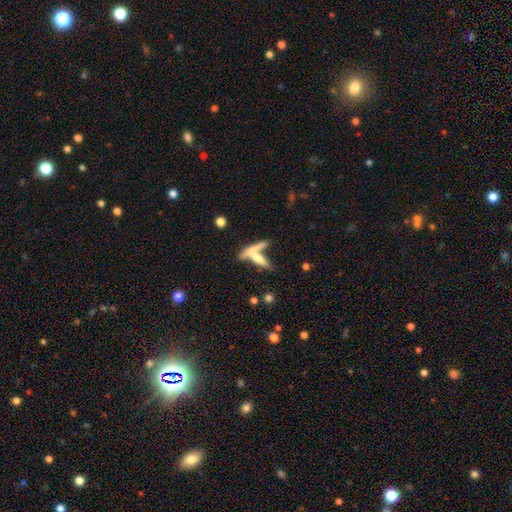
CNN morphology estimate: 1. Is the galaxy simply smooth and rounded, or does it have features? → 58% smooth, 33% featured or disk, 9% star or artifact.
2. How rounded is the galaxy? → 76% cigar-shaped, 20% in between, 4% round.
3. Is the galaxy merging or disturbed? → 48% merger, 37% none, 9% minor disturbance, 6% major disturbance.